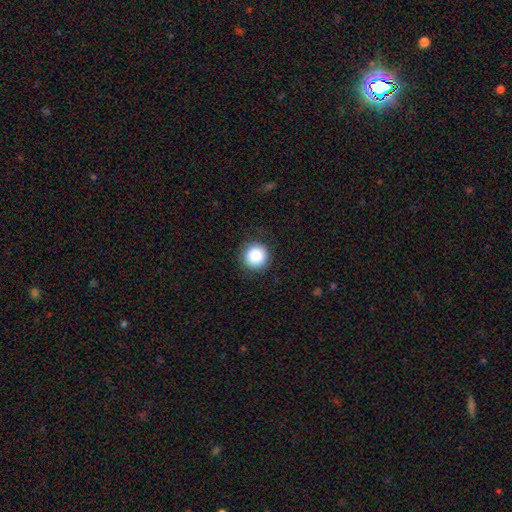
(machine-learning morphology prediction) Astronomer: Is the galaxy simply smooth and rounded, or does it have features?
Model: smooth — 87%.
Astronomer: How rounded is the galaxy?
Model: round — 96%.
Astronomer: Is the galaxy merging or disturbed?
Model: none — 90%.